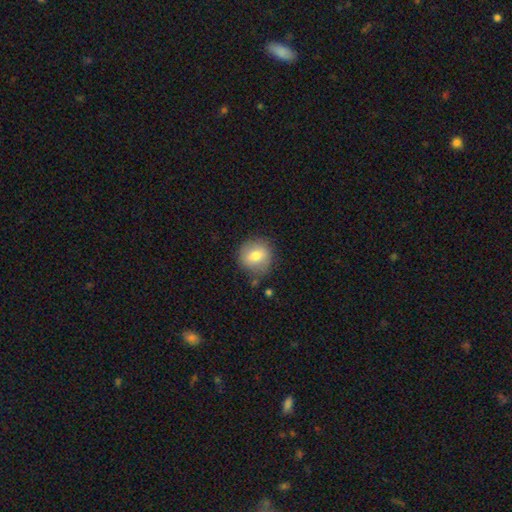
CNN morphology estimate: Smooth or featured? smooth (74%)
How rounded? round (87%)
Merging? none (78%)